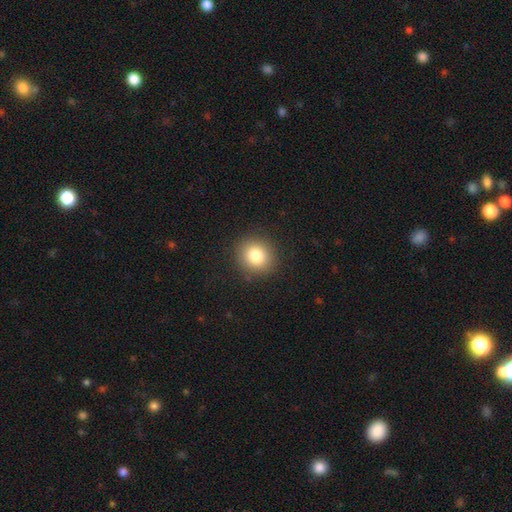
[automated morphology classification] This appears to be a smooth galaxy with no disk features (83%) that is round (84%). Merging: none (90%).